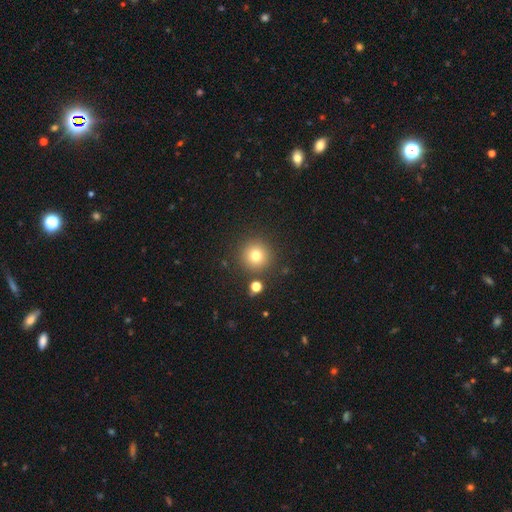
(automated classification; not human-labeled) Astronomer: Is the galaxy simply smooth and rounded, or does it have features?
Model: smooth — 77%.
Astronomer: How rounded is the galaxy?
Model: round — 95%.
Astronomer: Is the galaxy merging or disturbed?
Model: none — 87%.